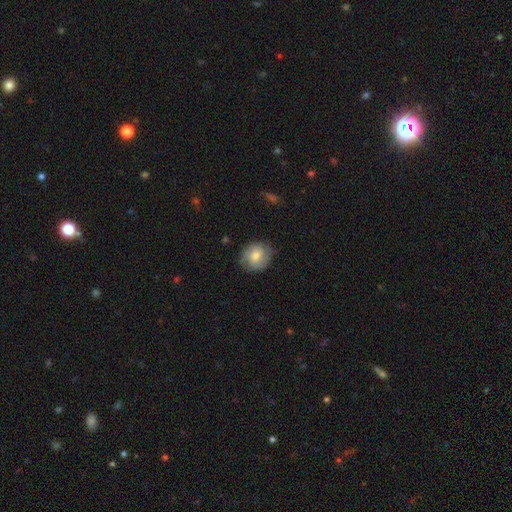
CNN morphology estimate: smooth 71%, featured or disk 22%, star or artifact 7%. Down the decision tree: how rounded — round (79%); merging — none (71%).